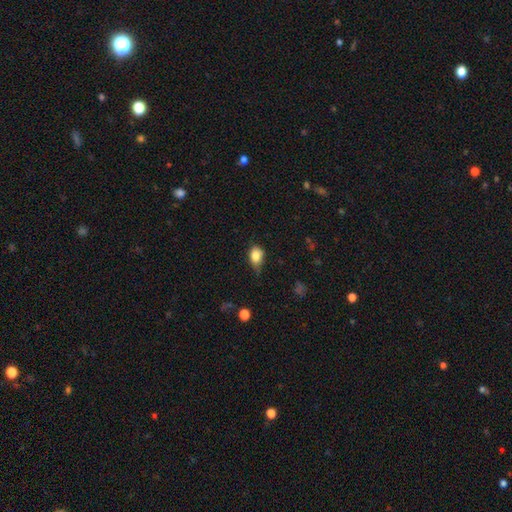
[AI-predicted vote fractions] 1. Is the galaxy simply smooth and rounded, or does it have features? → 81% smooth, 10% featured or disk, 9% star or artifact.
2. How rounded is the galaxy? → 71% in between, 27% round, 2% cigar-shaped.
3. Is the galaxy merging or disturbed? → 44% minor disturbance, 41% none, 12% major disturbance, 3% merger.